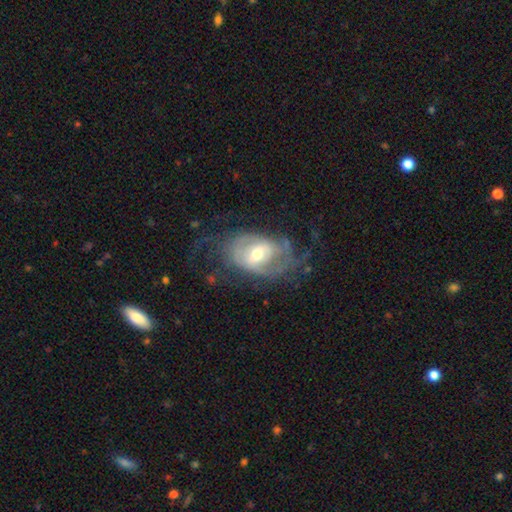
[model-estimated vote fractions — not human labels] Overall: featured or disk (74%). Edge-on disk: no (95%). Bar: weak (45%; no 37%). Spiral arms: yes (76%). Spiral arm count: 2 (41%; can't tell 38%). Spiral winding: medium (38%; tight 37%). Bulge size: moderate (64%; small 27%). Merging: none (47%; major disturbance 28%).